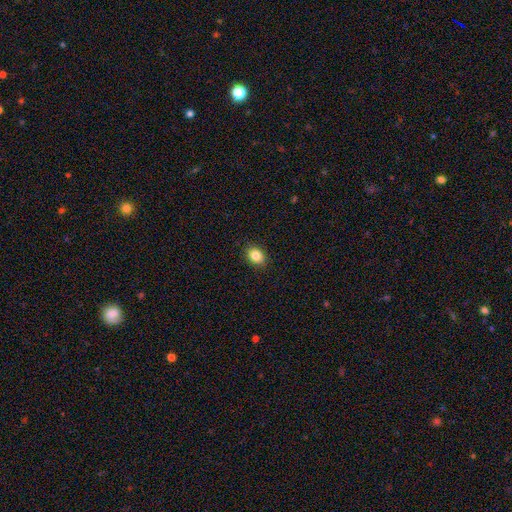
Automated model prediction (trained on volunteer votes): smooth_or_featured: smooth (p=0.85) [alt: star or artifact p=0.10]
how_rounded: in between (p=0.58) [alt: round p=0.41]
merging: none (p=0.89) [alt: minor disturbance p=0.08]